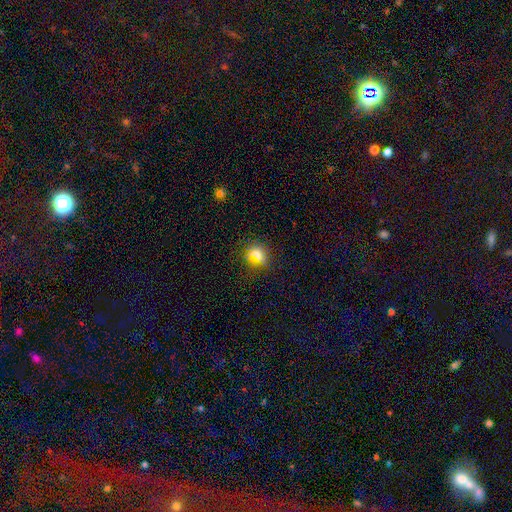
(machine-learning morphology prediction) Smooth or featured? smooth (62%)
How rounded? round (77%)
Merging? none (83%)